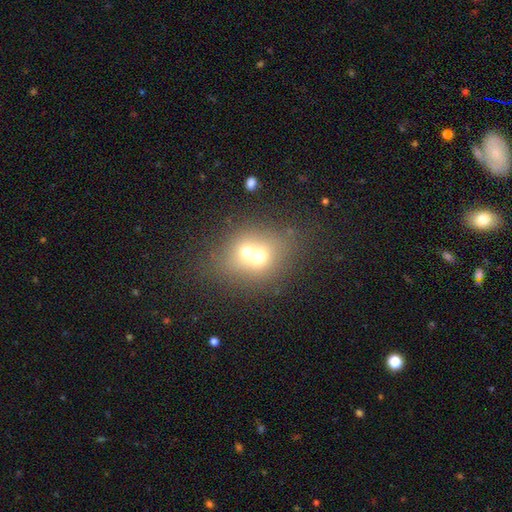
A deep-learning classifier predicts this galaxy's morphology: smooth 61%, featured or disk 25%, star or artifact 14%. Down the decision tree: how rounded — round (66%); merging — merger (68%).